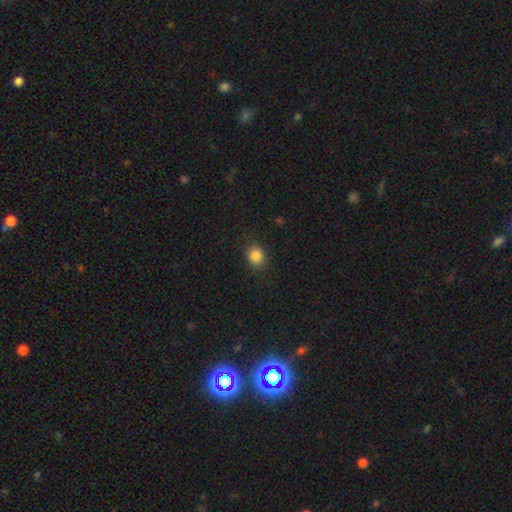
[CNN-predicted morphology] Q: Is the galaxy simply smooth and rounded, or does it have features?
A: smooth — 85%.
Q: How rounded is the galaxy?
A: round — 52%.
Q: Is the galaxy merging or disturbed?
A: none — 86%.